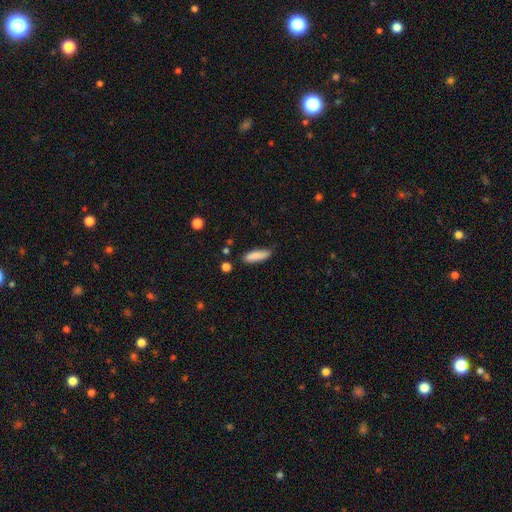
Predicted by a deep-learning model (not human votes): smooth-or-featured: smooth: 87% | star or artifact: 7% | featured or disk: 6%
  how-rounded: cigar-shaped: 52% | in between: 46% | round: 2%
  merging: none: 81% | minor disturbance: 14% | major disturbance: 3% | merger: 2%